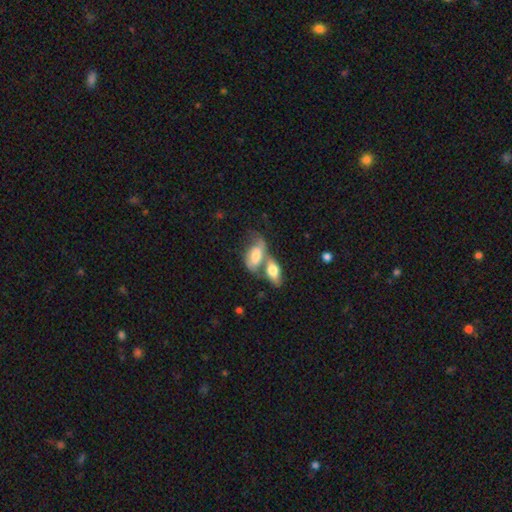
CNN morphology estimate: Smooth or featured?
  - smooth: 59% *
  - featured or disk: 35%
  - star or artifact: 7%
How rounded?
  - in between: 89% *
  - cigar-shaped: 6%
  - round: 5%
Merging?
  - merger: 63% *
  - none: 17%
  - minor disturbance: 11%
  - major disturbance: 9%